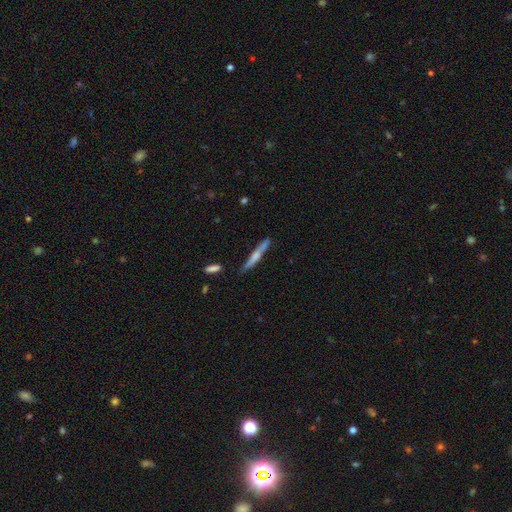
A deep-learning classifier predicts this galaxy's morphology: Smooth or featured?
  - featured or disk: 48% *
  - smooth: 46%
  - star or artifact: 6%
Merging?
  - none: 77% *
  - minor disturbance: 16%
  - merger: 4%
  - major disturbance: 3%